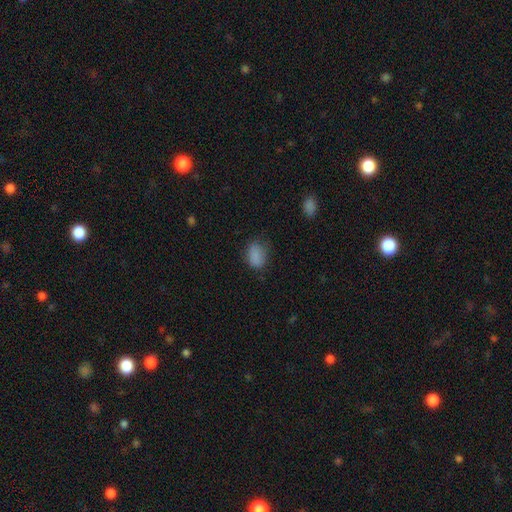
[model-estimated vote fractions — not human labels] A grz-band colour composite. It shows a smooth galaxy with no disk features (85%) that is in between round and cigar-shaped (80%). Merging: none (69%).